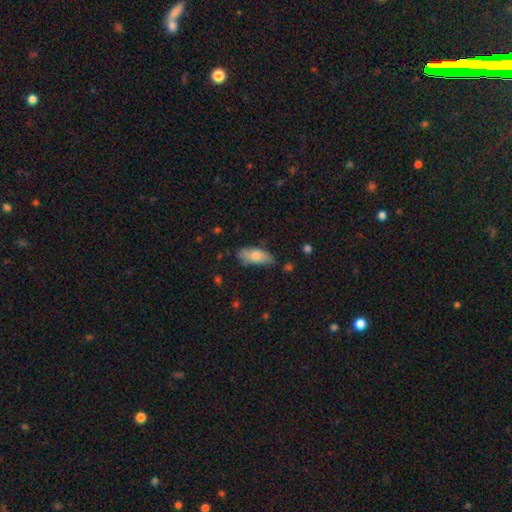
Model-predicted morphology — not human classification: smooth-or-featured: smooth: 75% | featured or disk: 18% | star or artifact: 6%
  how-rounded: in between: 80% | cigar-shaped: 18% | round: 2%
  merging: none: 66% | minor disturbance: 26% | major disturbance: 6% | merger: 3%